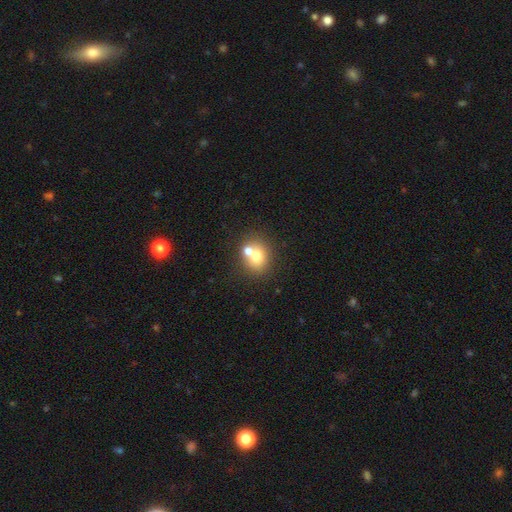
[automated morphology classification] Smooth or featured? Predicted: smooth (p=0.70). How rounded? Predicted: round (p=0.71). Merging? Predicted: none (p=0.51).